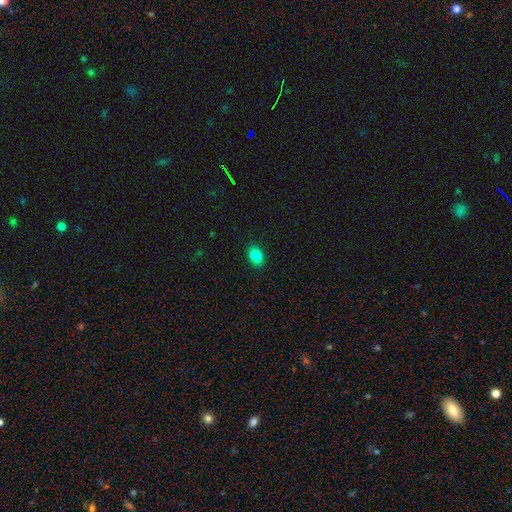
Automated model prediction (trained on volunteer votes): Smooth or featured: smooth — 86% (star or artifact — 9%)
How rounded: in between — 82% (round — 17%)
Merging: none — 89% (minor disturbance — 8%)